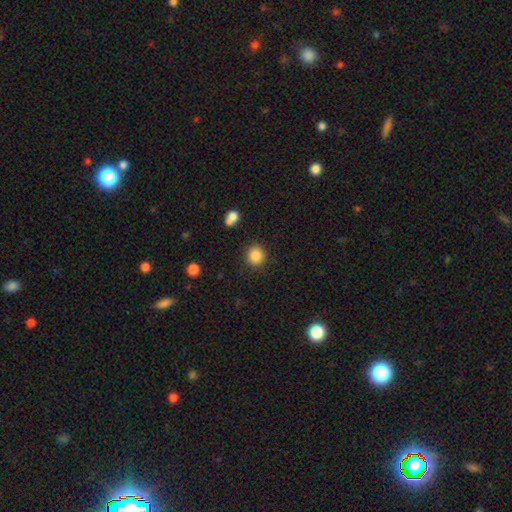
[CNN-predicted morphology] smooth-or-featured: smooth: 86% | star or artifact: 10% | featured or disk: 4%
  how-rounded: round: 90% | in between: 9% | cigar-shaped: 1%
  merging: none: 88% | minor disturbance: 7% | major disturbance: 3% | merger: 2%